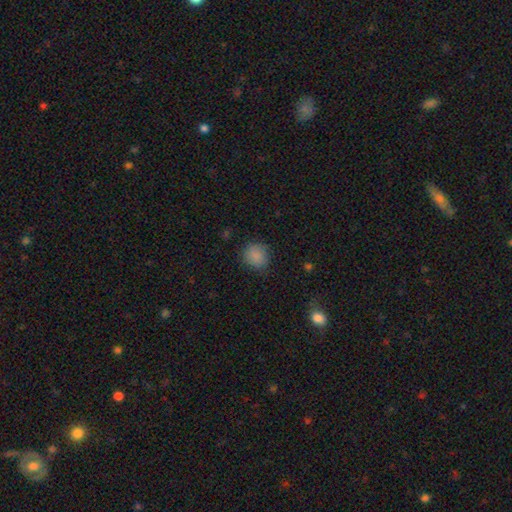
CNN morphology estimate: Smooth or featured?
  - smooth: 86% *
  - star or artifact: 10%
  - featured or disk: 4%
How rounded?
  - round: 82% *
  - in between: 17%
  - cigar-shaped: 1%
Merging?
  - none: 80% *
  - minor disturbance: 15%
  - major disturbance: 4%
  - merger: 1%